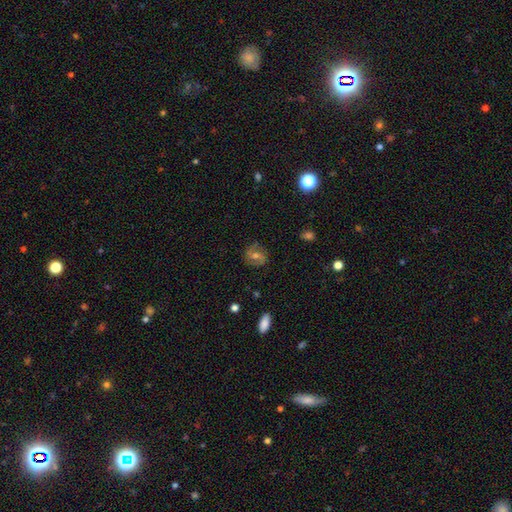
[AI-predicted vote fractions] Smooth or featured?
  - featured or disk: 64% *
  - smooth: 23%
  - star or artifact: 13%
Edge-on disk?
  - no: 95% *
  - yes: 5%
Bar?
  - weak: 45% *
  - no: 33%
  - strong: 23%
Spiral arms?
  - yes: 84% *
  - no: 16%
Spiral winding?
  - medium: 45% *
  - tight: 37%
  - loose: 18%
Spiral arm count?
  - 2: 82% *
  - can't tell: 11%
  - 1: 3%
  - 3: 2%
  - 4: 1%
  - more than 4: 1%
Bulge size?
  - moderate: 60% *
  - small: 32%
  - large: 4%
  - none: 2%
  - dominant: 1%
Merging?
  - none: 83% *
  - minor disturbance: 11%
  - major disturbance: 4%
  - merger: 1%